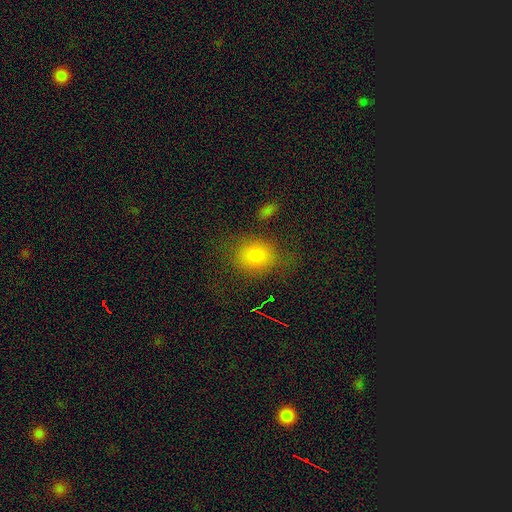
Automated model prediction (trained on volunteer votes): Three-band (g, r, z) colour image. It shows a smooth galaxy with no disk features (76%) that is round (61%). Merging: none (68%).